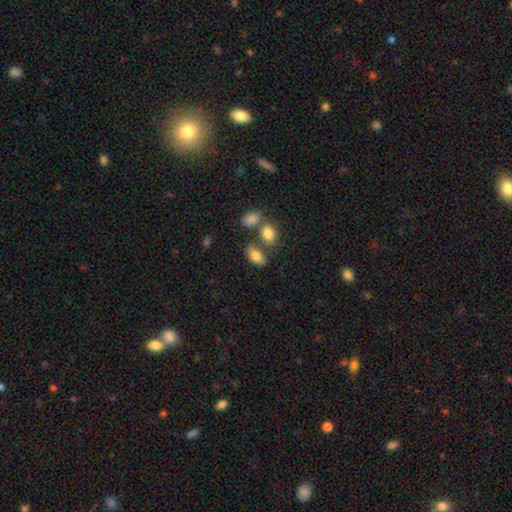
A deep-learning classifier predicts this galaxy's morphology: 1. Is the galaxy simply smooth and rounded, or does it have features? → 80% smooth, 12% featured or disk, 9% star or artifact.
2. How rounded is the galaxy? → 87% in between, 9% round, 4% cigar-shaped.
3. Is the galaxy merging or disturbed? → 61% none, 21% merger, 13% minor disturbance, 5% major disturbance.